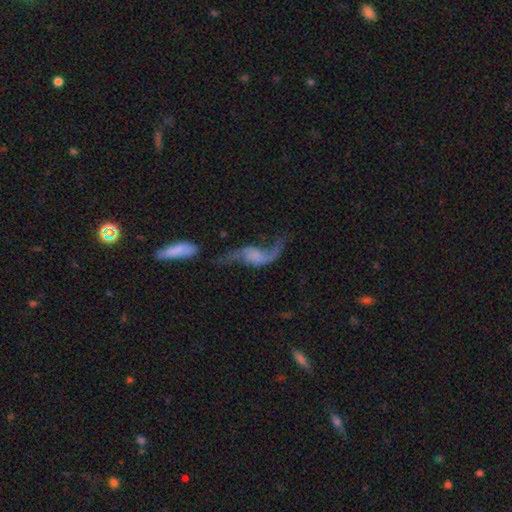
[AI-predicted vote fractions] smooth-or-featured: featured or disk: 81% | smooth: 11% | star or artifact: 7%
  disk-edge-on: no: 93% | yes: 7%
    bar: no: 59% | weak: 30% | strong: 11%
    has-spiral-arms: yes: 92% | no: 8%
      spiral-winding: loose: 92% | medium: 6% | tight: 2%
      spiral-arm-count: 2: 89% | 1: 6% | can't tell: 2% | 3: 1% | 4: 1% | more than 4: 1%
    bulge-size: none: 58% | small: 19% | moderate: 12% | large: 8% | dominant: 3%
  merging: none: 48% | major disturbance: 24% | minor disturbance: 17% | merger: 11%